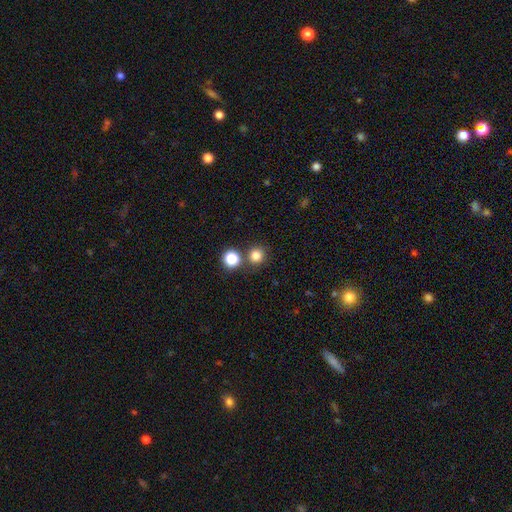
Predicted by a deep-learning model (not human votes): A smooth galaxy with no disk features (81%) that is round (93%). Merging: none (76%).